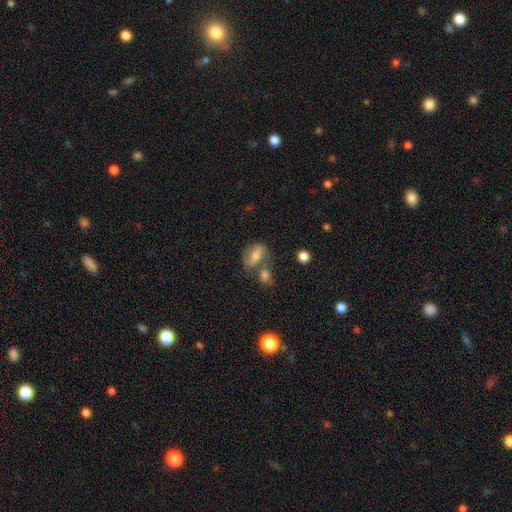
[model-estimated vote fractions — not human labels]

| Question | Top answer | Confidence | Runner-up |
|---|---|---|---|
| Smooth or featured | smooth | 49% | featured or disk (39%) |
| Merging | none | 50% | merger (26%) |